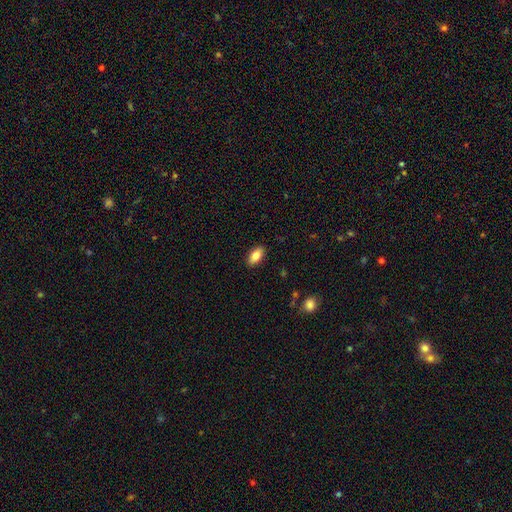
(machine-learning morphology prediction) smooth 82%, featured or disk 10%, star or artifact 7%. Down the decision tree: how rounded — in between (90%); merging — none (89%).